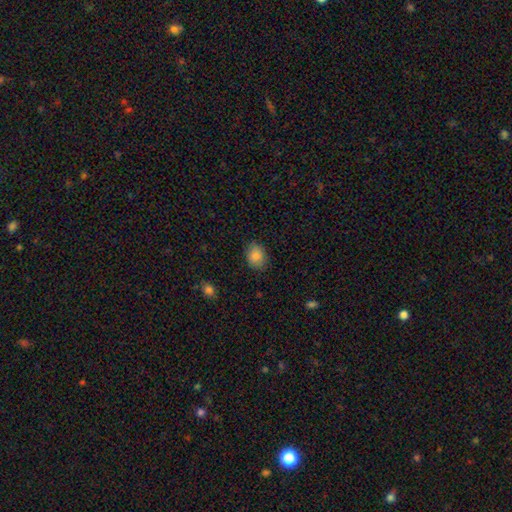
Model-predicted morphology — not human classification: Overall: smooth (84%). How rounded: in between (56%; round 43%). Merging: none (81%).